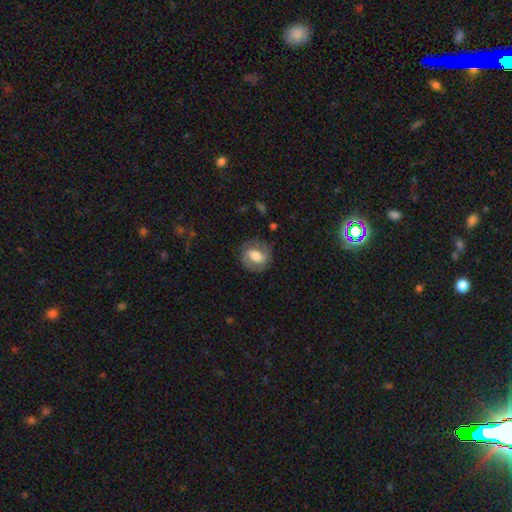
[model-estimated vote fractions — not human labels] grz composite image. It shows a featured or disk galaxy (56%) with a weak bar (45%), spiral arms (79%) and a moderate central bulge (51%). Merging: none (78%).